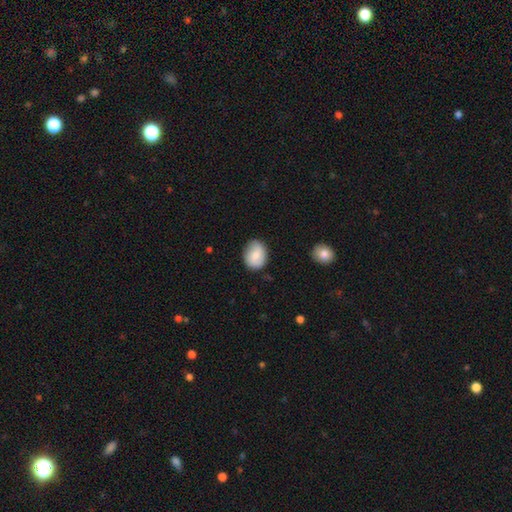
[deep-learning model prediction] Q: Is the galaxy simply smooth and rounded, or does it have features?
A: smooth — 74%.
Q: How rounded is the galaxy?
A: in between — 56%.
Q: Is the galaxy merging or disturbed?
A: none — 76%.